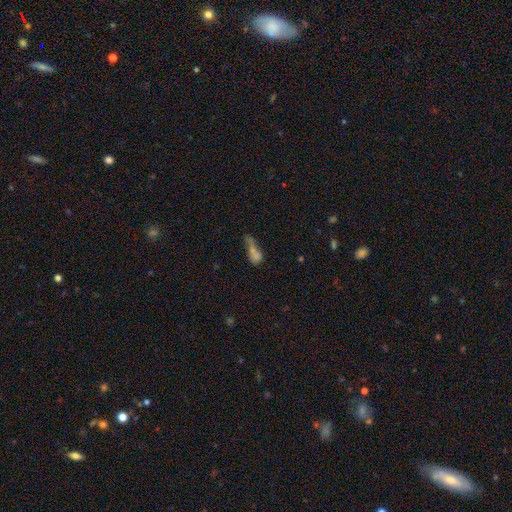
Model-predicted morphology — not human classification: Q: Smooth or featured?
A: smooth (59%); runner-up: featured or disk (23%)
Q: How rounded?
A: in between (58%); runner-up: cigar-shaped (30%)
Q: Merging?
A: merger (37%); runner-up: none (25%)